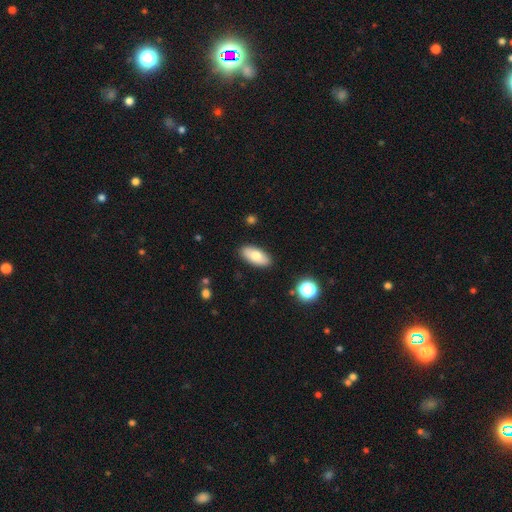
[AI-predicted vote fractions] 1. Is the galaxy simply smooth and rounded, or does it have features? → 74% smooth, 18% featured or disk, 7% star or artifact.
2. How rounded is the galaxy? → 89% in between, 8% cigar-shaped, 3% round.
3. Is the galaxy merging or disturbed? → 88% none, 9% minor disturbance, 2% major disturbance, 1% merger.